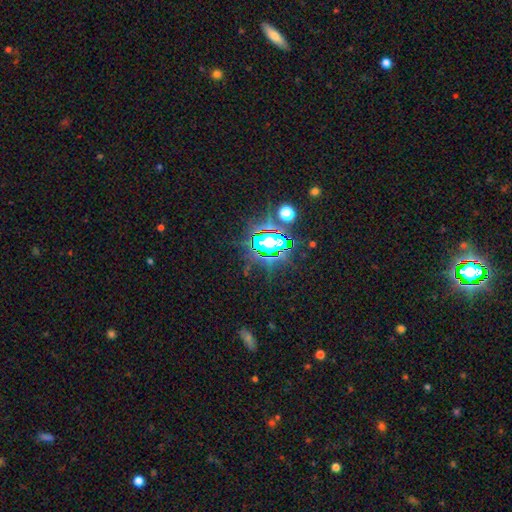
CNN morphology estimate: type=star or artifact (83%).